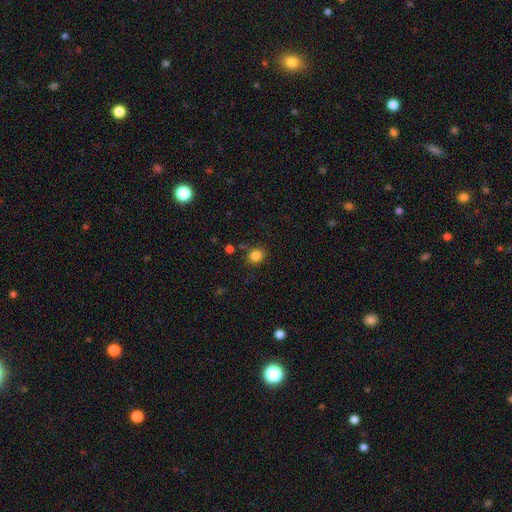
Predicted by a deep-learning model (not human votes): This appears to be a smooth galaxy with no disk features (84%) that is round (68%). Merging: none (81%).